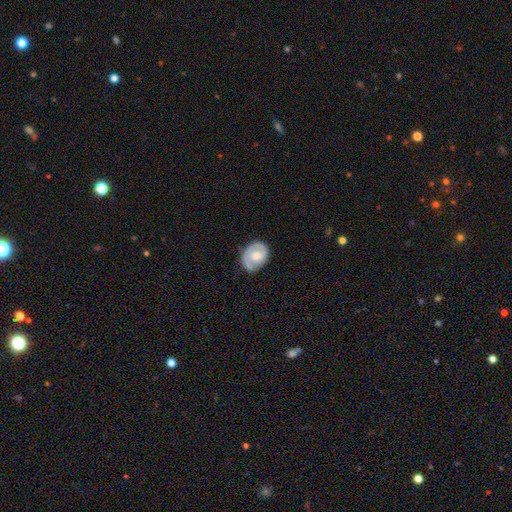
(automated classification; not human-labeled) smooth-or-featured: featured or disk: 49% | smooth: 45% | star or artifact: 6%
  merging: none: 63% | minor disturbance: 26% | major disturbance: 9% | merger: 2%